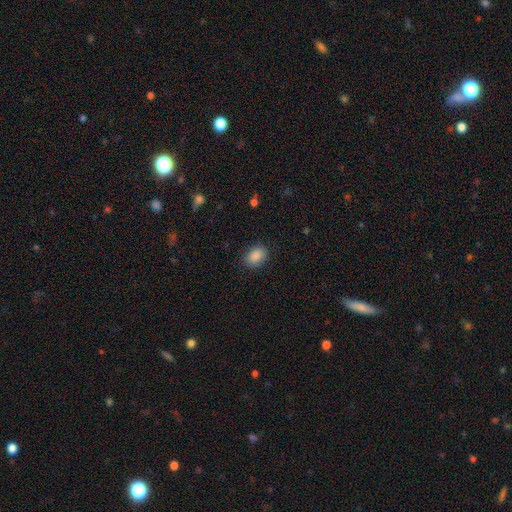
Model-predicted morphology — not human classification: Smooth or featured? Predicted: smooth (p=0.88). How rounded? Predicted: in between (p=0.82). Merging? Predicted: none (p=0.85).